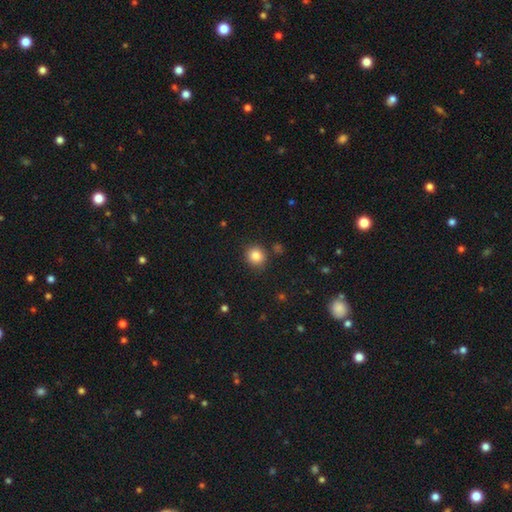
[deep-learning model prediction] Smooth or featured? smooth (85%)
How rounded? round (87%)
Merging? none (86%)